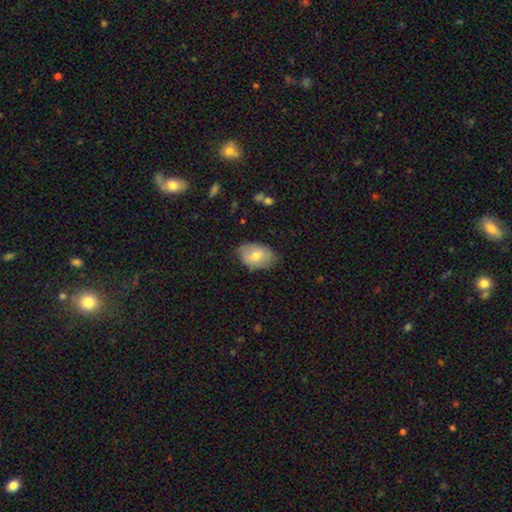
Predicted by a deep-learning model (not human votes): Smooth or featured?
  - smooth: 65% *
  - featured or disk: 28%
  - star or artifact: 7%
How rounded?
  - in between: 86% *
  - round: 13%
  - cigar-shaped: 1%
Merging?
  - none: 71% *
  - minor disturbance: 23%
  - major disturbance: 4%
  - merger: 1%